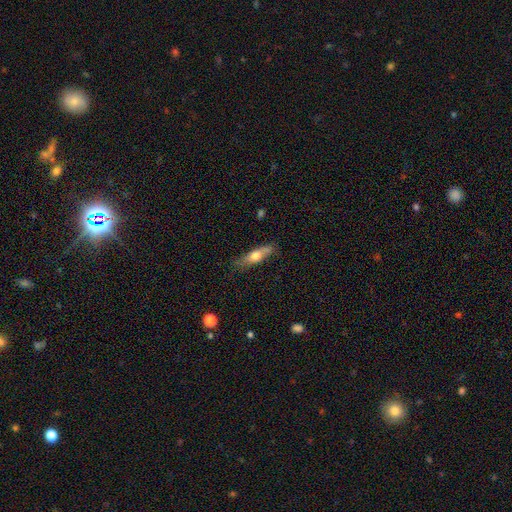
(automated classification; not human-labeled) Smooth or featured?
  - smooth: 57% *
  - featured or disk: 36%
  - star or artifact: 7%
How rounded?
  - cigar-shaped: 62% *
  - in between: 35%
  - round: 3%
Merging?
  - none: 68% *
  - minor disturbance: 23%
  - major disturbance: 6%
  - merger: 4%